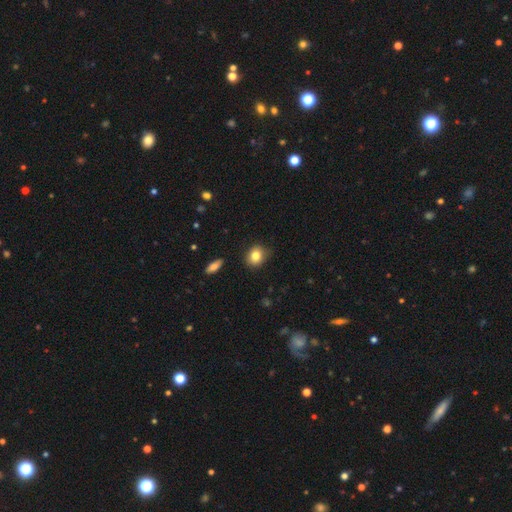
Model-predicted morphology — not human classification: A smooth galaxy with no disk features (82%) that is round (62%). Merging: none (82%).